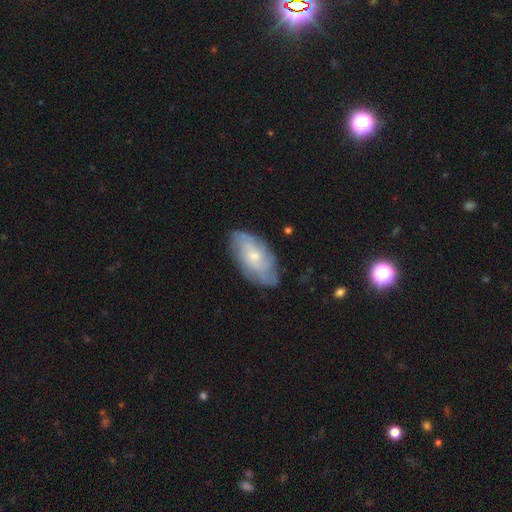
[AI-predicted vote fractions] A featured or disk galaxy (53%).

Vote fractions:
- Smooth or featured? featured or disk: 53% / smooth: 40% / star or artifact: 7%
- Edge-on disk? no: 91% / yes: 9%
- Merging? none: 76% / minor disturbance: 18% / major disturbance: 5% / merger: 1%